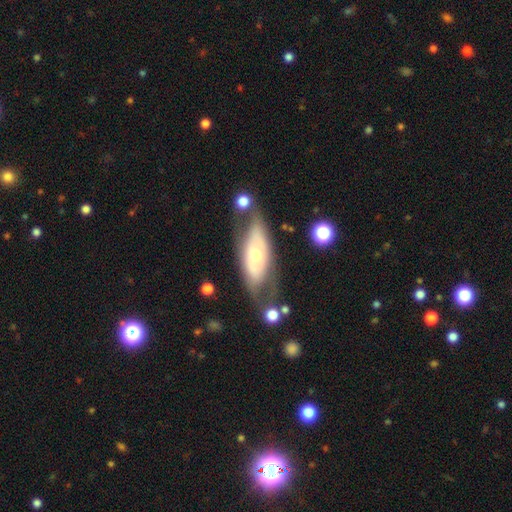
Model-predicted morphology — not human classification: type=featured or disk (59%); edge-on=no (79%); merging=none (60%).